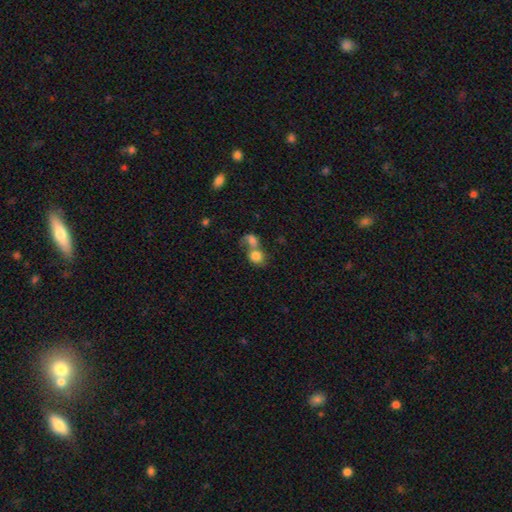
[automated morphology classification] Smooth or featured? smooth (76%)
How rounded? round (65%)
Merging? merger (73%)